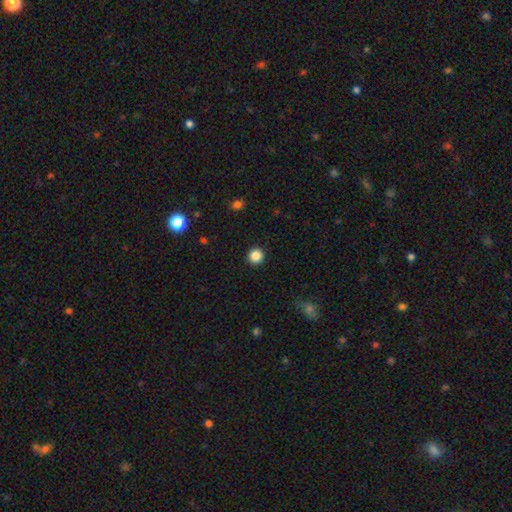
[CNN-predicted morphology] smooth-or-featured: smooth: 86% | star or artifact: 11% | featured or disk: 3%
  how-rounded: round: 95% | in between: 4% | cigar-shaped: 1%
  merging: none: 93% | minor disturbance: 4% | major disturbance: 2% | merger: 1%